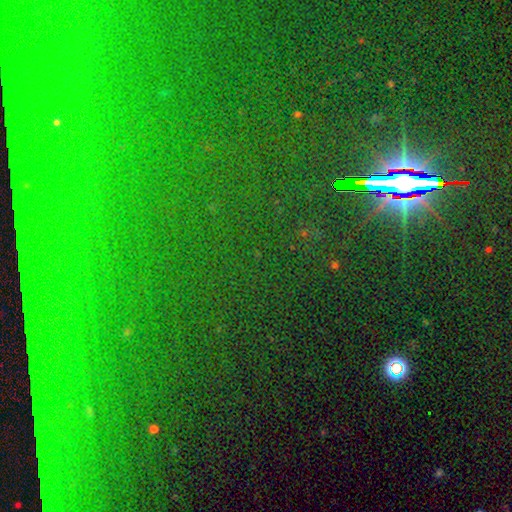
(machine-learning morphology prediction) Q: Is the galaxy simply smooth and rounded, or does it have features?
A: star or artifact — 84%.